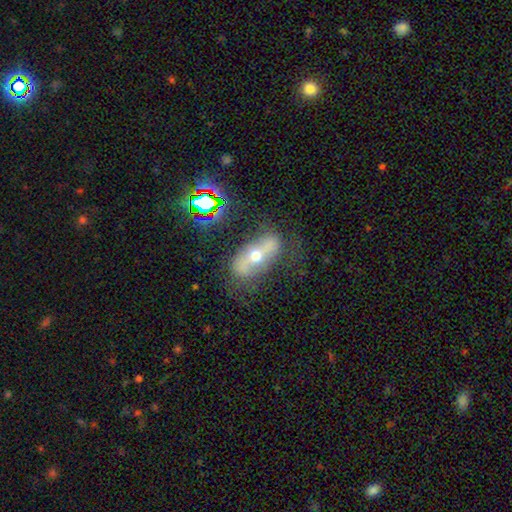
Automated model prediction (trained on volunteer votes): Q: Smooth or featured?
A: featured or disk (59%); runner-up: smooth (27%)
Q: Edge-on disk?
A: no (80%); runner-up: yes (20%)
Q: Merging?
A: none (61%); runner-up: minor disturbance (22%)